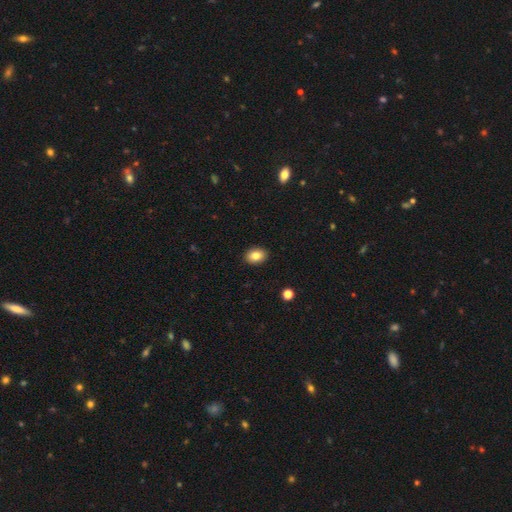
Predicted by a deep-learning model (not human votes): Smooth or featured: smooth — 83% (star or artifact — 9%)
How rounded: in between — 71% (round — 28%)
Merging: none — 91% (minor disturbance — 7%)